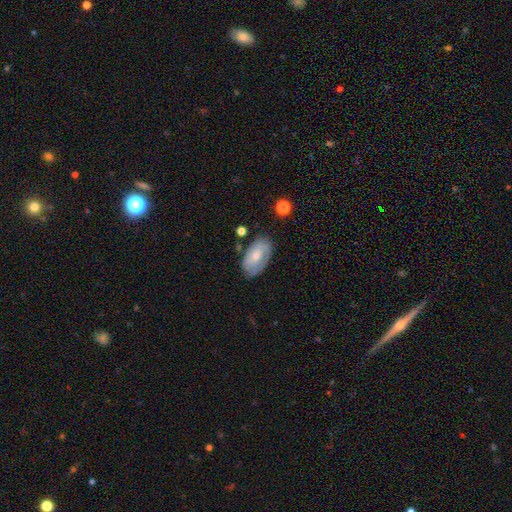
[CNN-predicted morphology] Smooth or featured? Predicted: featured or disk (p=0.47, tied with smooth). Merging? Predicted: none (p=0.72).